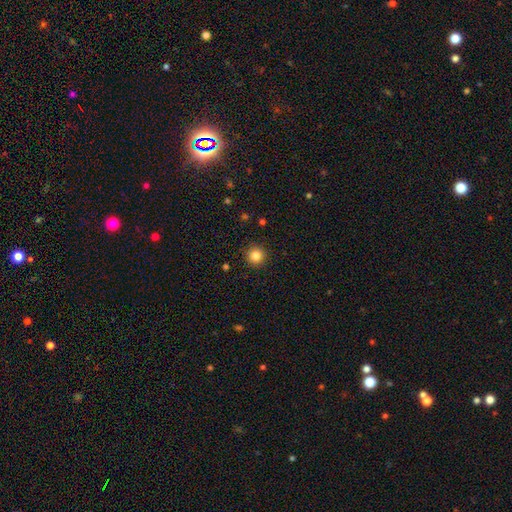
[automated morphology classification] Smooth or featured? Predicted: smooth (p=0.84). How rounded? Predicted: round (p=0.96). Merging? Predicted: none (p=0.91).